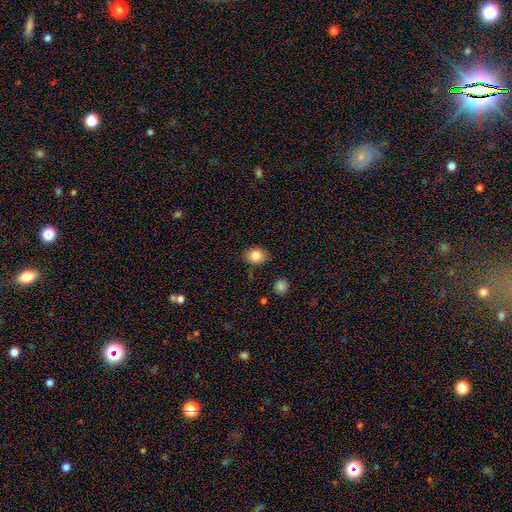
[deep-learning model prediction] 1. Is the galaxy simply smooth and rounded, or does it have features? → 83% smooth, 9% star or artifact, 8% featured or disk.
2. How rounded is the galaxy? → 60% in between, 39% round, 1% cigar-shaped.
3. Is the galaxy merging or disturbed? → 83% none, 12% minor disturbance, 3% major disturbance, 2% merger.